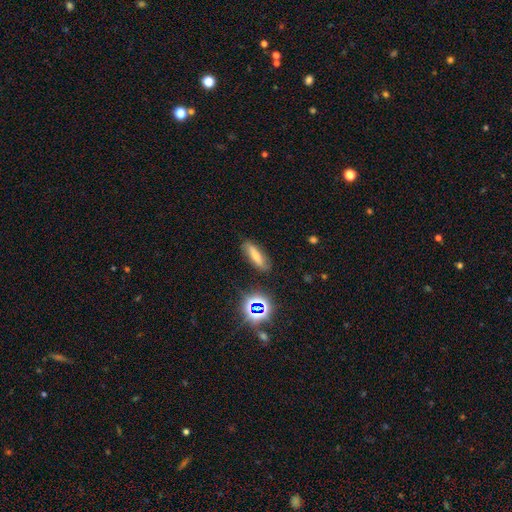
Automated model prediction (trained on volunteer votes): smooth_or_featured: smooth (p=0.59) [alt: featured or disk p=0.23]
how_rounded: cigar-shaped (p=0.52) [alt: in between p=0.43]
merging: none (p=0.80) [alt: minor disturbance p=0.14]